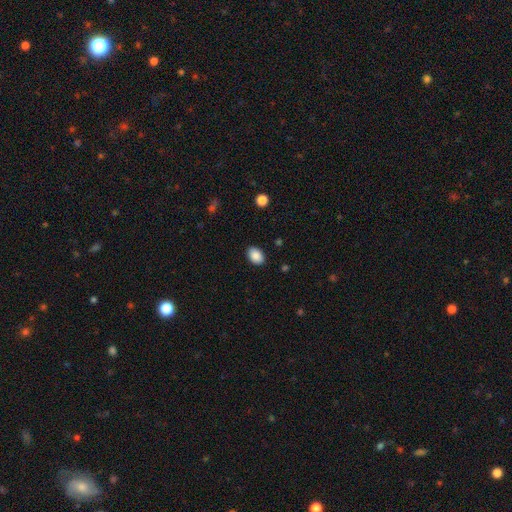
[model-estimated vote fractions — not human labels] Smooth or featured? smooth (88%)
How rounded? in between (78%)
Merging? none (88%)